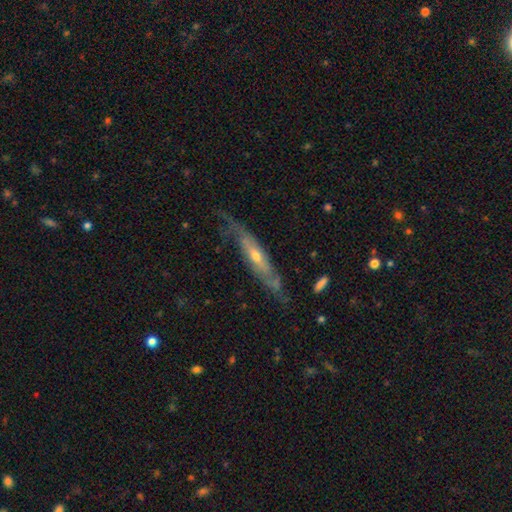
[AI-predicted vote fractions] Overall: featured or disk (77%). Edge-on disk: yes (54%; no 46%). Merging: none (64%).